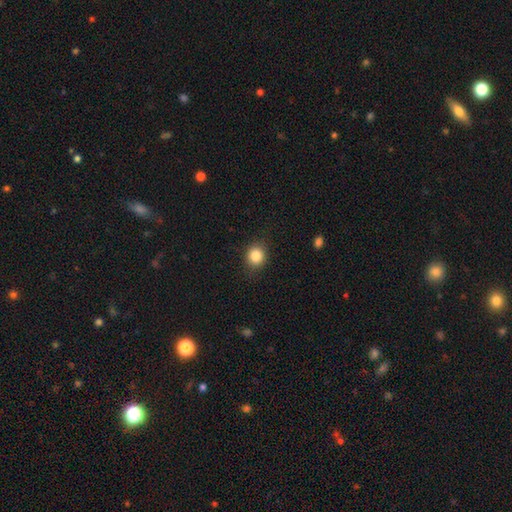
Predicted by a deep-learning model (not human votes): smooth-or-featured: smooth: 85% | star or artifact: 10% | featured or disk: 5%
  how-rounded: round: 81% | in between: 18% | cigar-shaped: 1%
  merging: none: 87% | minor disturbance: 10% | major disturbance: 3% | merger: 1%